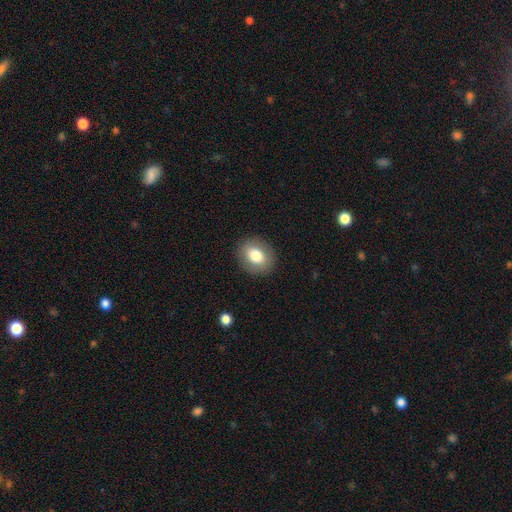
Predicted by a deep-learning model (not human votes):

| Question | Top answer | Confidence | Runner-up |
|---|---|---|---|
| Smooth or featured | smooth | 77% | featured or disk (14%) |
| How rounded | round | 56% | in between (43%) |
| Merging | none | 88% | minor disturbance (8%) |